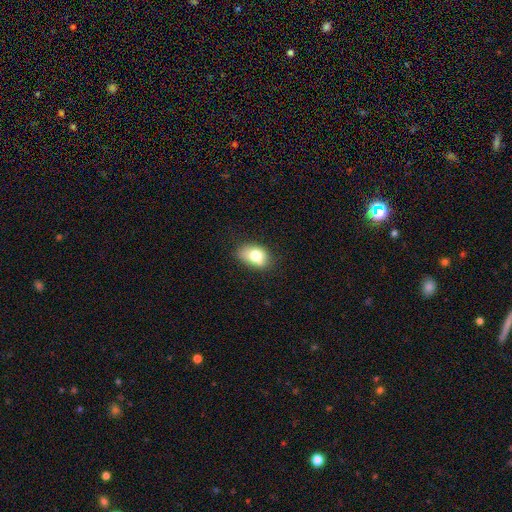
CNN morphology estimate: The model was most divided on "merging": none: 57%, minor disturbance: 26%, merger: 11%, major disturbance: 7%. More confident: how rounded — in between (77%); smooth or featured — smooth (74%).